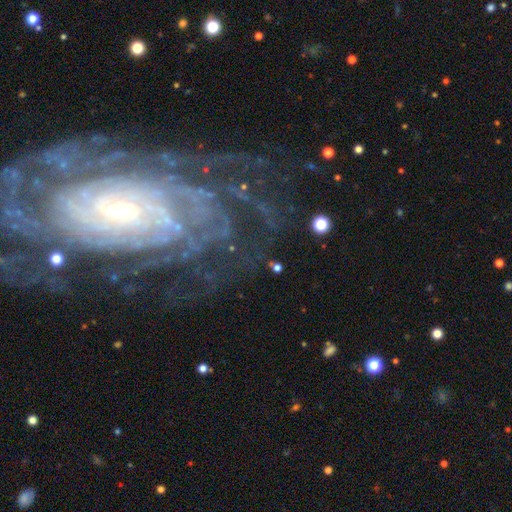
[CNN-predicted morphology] The model was most divided on "spiral arm count": can't tell: 32%, more than 4: 25%, 4: 15%, 3: 10%, 2: 10%, 1: 8%. Remaining: spiral arms — yes (96%); edge-on disk — no (95%); smooth or featured — featured or disk (85%); spiral winding — tight (76%); merging — none (69%); bulge size — small (67%); bar — no (49%).